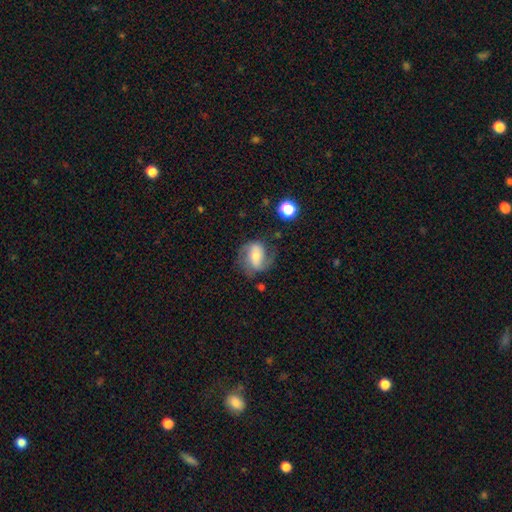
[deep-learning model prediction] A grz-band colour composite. It shows a featured or disk galaxy (59%) with a weak bar (37%), spiral arms (87%) and a moderate central bulge (42%). Merging: none (61%).